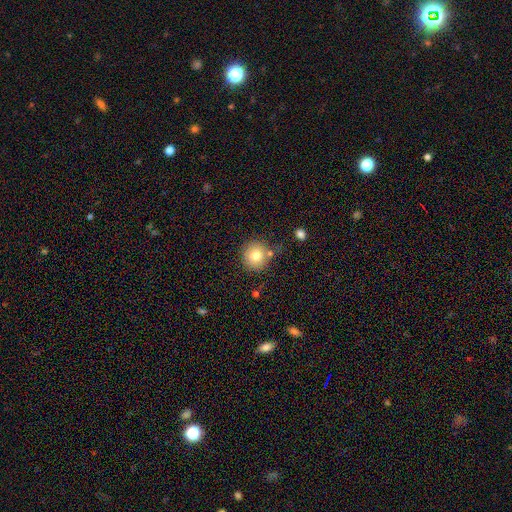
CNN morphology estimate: The model was most divided on "merging": none: 75%, minor disturbance: 12%, merger: 10%, major disturbance: 4%. More confident: how rounded — round (91%); smooth or featured — smooth (78%).